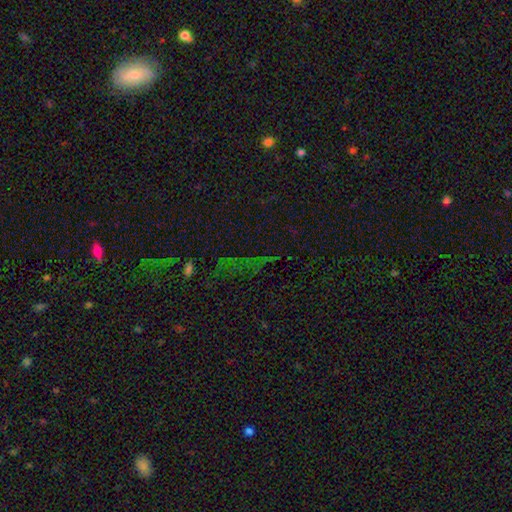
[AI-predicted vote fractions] The model was most divided on "smooth or featured": star or artifact: 73%, smooth: 17%, featured or disk: 10%.